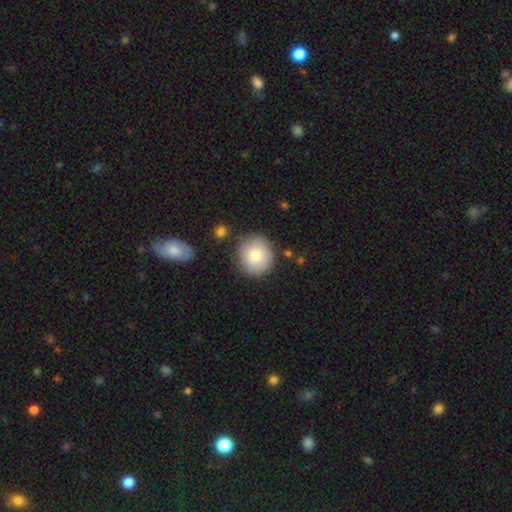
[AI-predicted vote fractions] smooth 81%, featured or disk 12%, star or artifact 7%. Down the decision tree: how rounded — round (89%); merging — none (80%).